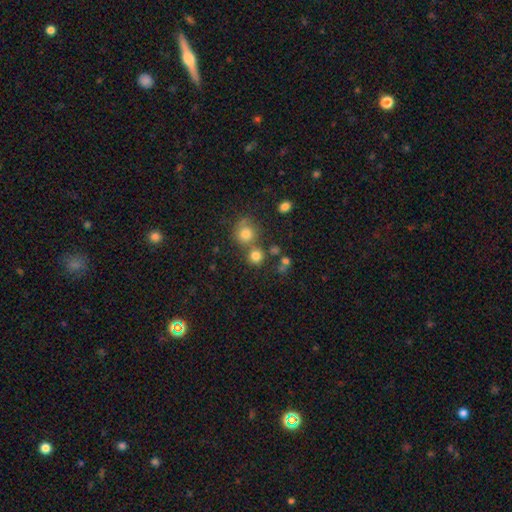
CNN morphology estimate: smooth 78%, star or artifact 14%, featured or disk 8%. Down the decision tree: how rounded — round (89%); merging — none (63%).